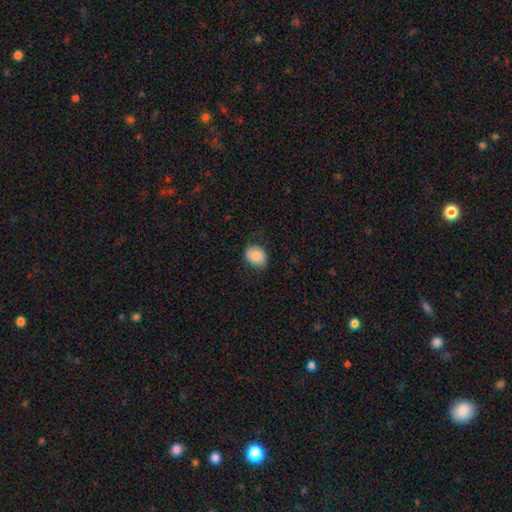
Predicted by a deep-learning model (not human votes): Overall: smooth (80%). How rounded: in between (54%; round 45%). Merging: none (72%).